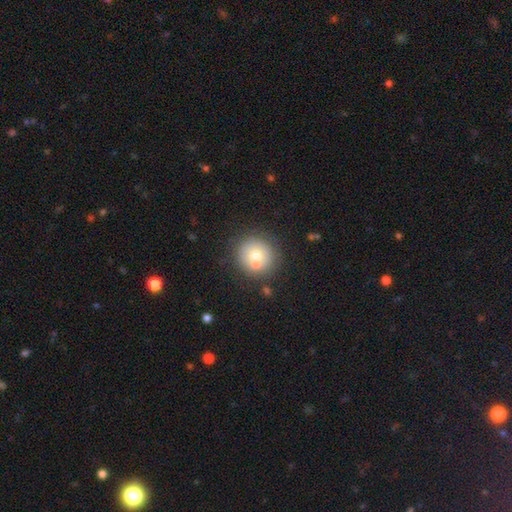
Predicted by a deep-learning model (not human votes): smooth 66%, featured or disk 24%, star or artifact 11%. Down the decision tree: how rounded — round (93%); merging — none (62%).